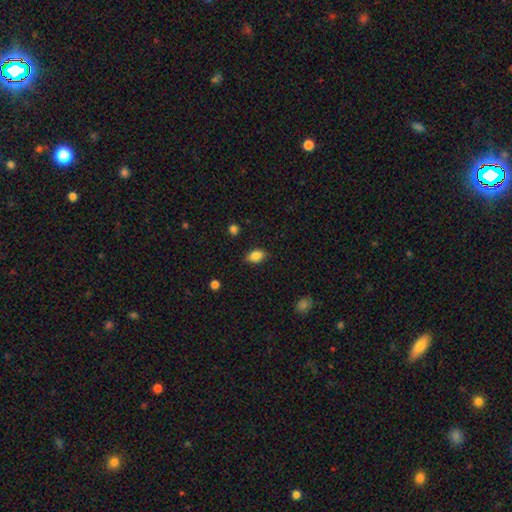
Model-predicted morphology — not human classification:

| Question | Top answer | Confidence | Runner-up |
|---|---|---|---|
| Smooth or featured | smooth | 86% | star or artifact (9%) |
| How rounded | in between | 84% | round (14%) |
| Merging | none | 84% | minor disturbance (13%) |